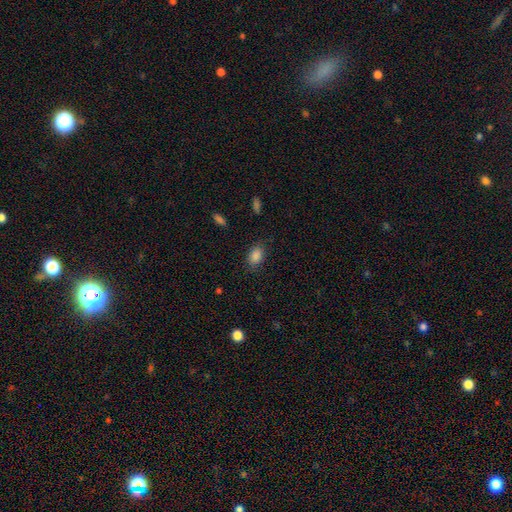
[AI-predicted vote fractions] Smooth or featured? Predicted: smooth (p=0.87). How rounded? Predicted: in between (p=0.86). Merging? Predicted: none (p=0.81).